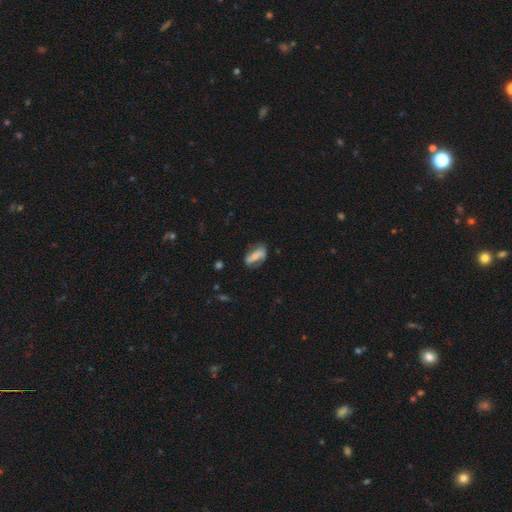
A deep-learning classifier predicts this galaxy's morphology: type=featured or disk (47%); merging=none (58%).